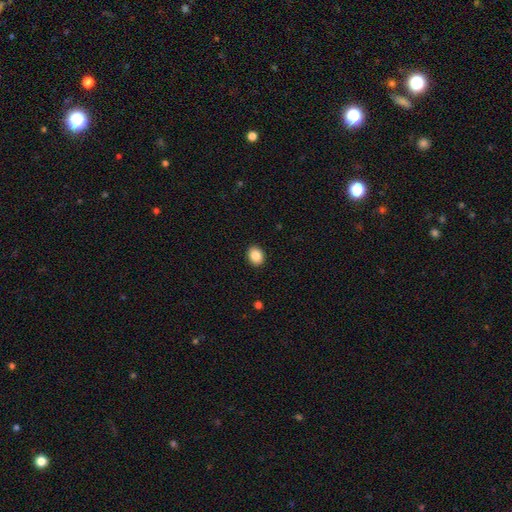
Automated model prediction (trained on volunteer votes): The model was most divided on "how rounded": round: 53%, in between: 46%, cigar-shaped: 1%. More confident: merging — none (91%); smooth or featured — smooth (87%).